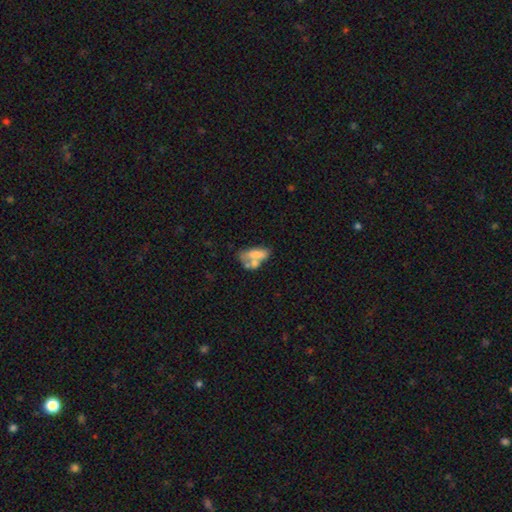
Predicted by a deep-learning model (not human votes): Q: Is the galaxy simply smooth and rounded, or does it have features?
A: smooth — 62%.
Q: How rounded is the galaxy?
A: in between — 78%.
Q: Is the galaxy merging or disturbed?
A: merger — 45%.